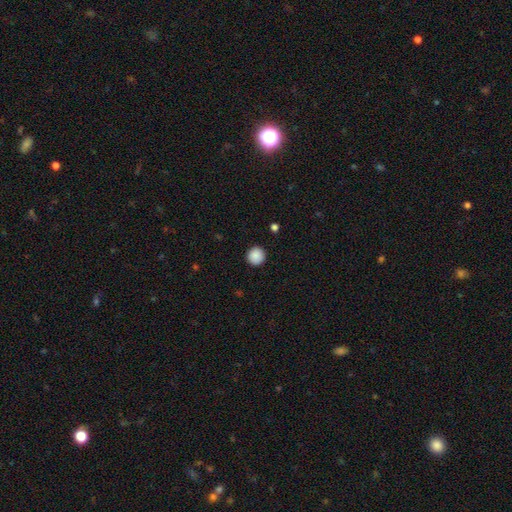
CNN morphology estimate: smooth_or_featured: smooth (p=0.89) [alt: star or artifact p=0.08]
how_rounded: round (p=0.94) [alt: in between p=0.05]
merging: none (p=0.92) [alt: minor disturbance p=0.05]